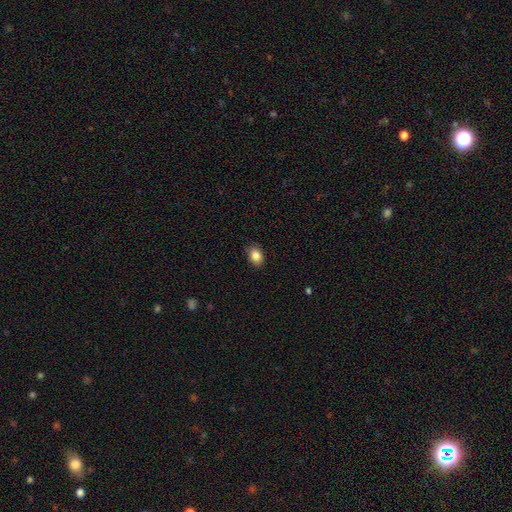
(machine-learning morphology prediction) Smooth or featured? Predicted: smooth (p=0.86). How rounded? Predicted: in between (p=0.74). Merging? Predicted: none (p=0.86).